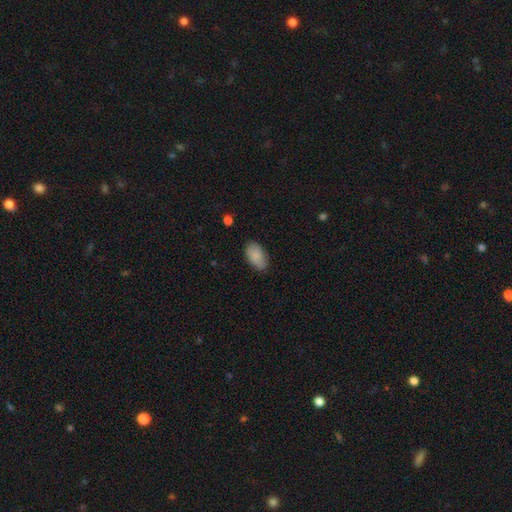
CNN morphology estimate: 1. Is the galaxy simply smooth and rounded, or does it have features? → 86% smooth, 7% featured or disk, 6% star or artifact.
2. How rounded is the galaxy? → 94% in between, 4% round, 2% cigar-shaped.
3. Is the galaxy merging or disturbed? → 80% none, 16% minor disturbance, 3% major disturbance, 1% merger.